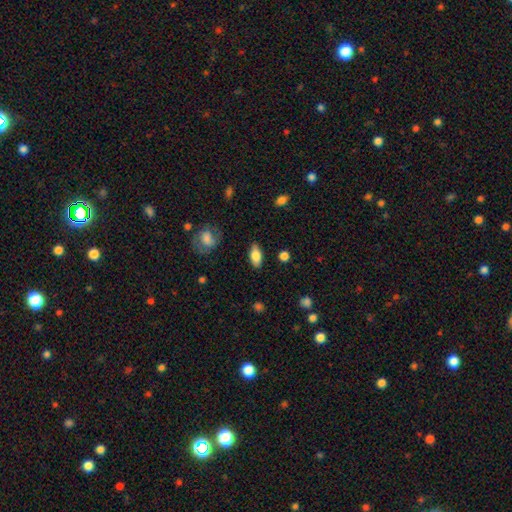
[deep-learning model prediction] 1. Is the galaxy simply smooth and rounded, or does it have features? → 80% smooth, 14% featured or disk, 7% star or artifact.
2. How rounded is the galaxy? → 87% in between, 9% cigar-shaped, 3% round.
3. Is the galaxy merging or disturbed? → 86% none, 10% minor disturbance, 3% major disturbance, 1% merger.